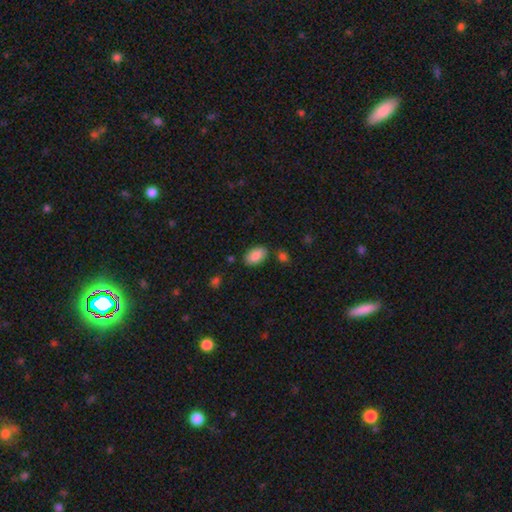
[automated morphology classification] smooth 87%, star or artifact 7%, featured or disk 6%. Down the decision tree: how rounded — in between (93%); merging — none (82%).